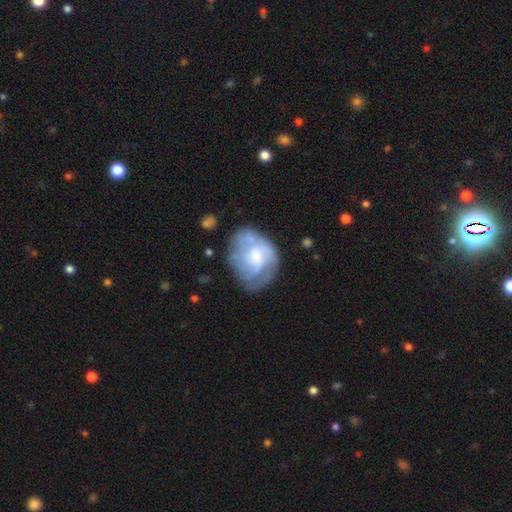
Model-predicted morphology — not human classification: featured or disk 63%, smooth 30%, star or artifact 7%. Down the decision tree: edge-on disk — no (98%); bar — no (67%); spiral arms — yes (76%); bulge size — small (50%); merging — none (51%).